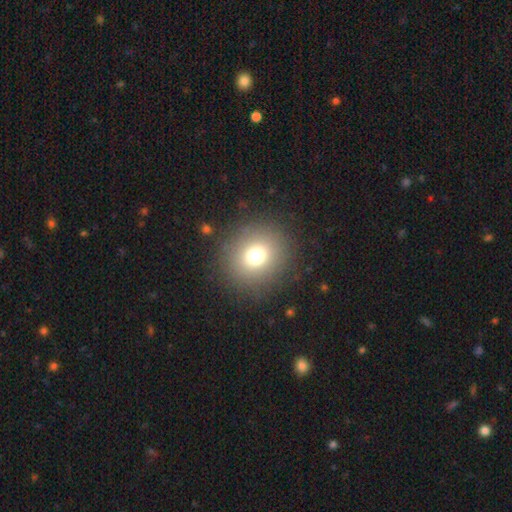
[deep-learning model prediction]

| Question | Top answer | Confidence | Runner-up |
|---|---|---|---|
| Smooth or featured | smooth | 73% | star or artifact (16%) |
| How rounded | round | 89% | in between (10%) |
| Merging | none | 88% | minor disturbance (7%) |